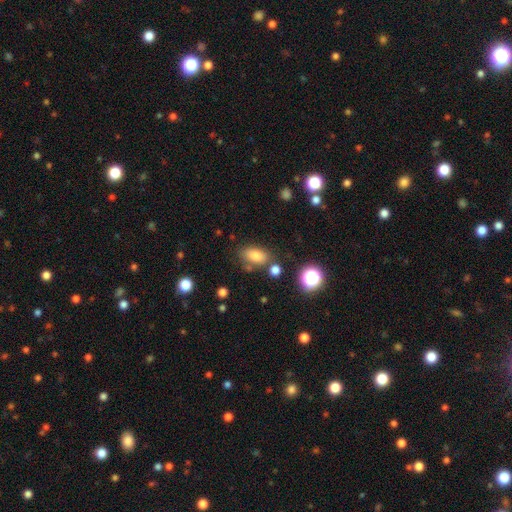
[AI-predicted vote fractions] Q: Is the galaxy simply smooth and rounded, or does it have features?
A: smooth — 80%.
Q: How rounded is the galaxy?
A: in between — 87%.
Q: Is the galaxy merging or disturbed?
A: none — 72%.